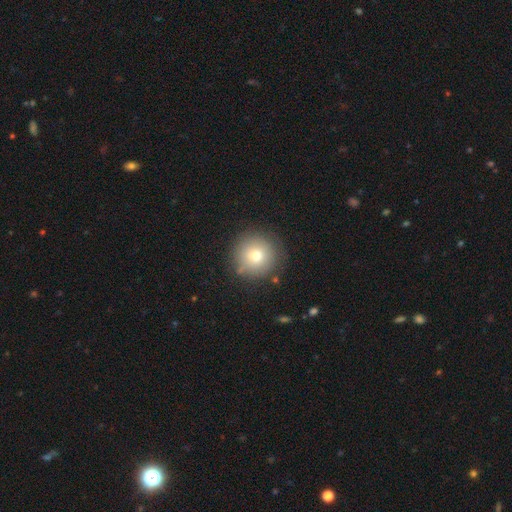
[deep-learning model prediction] This is likely a smooth galaxy (75%). How rounded: clearly round (95%). Merging: clearly none (85%).